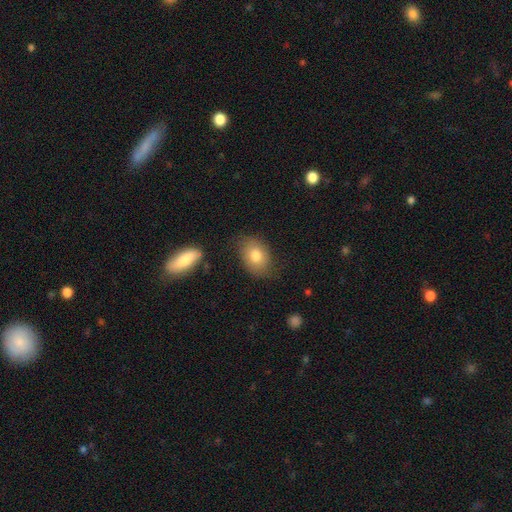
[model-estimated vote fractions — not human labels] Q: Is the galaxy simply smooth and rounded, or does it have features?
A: smooth — 77%.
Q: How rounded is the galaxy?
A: in between — 76%.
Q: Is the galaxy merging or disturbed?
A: none — 72%.